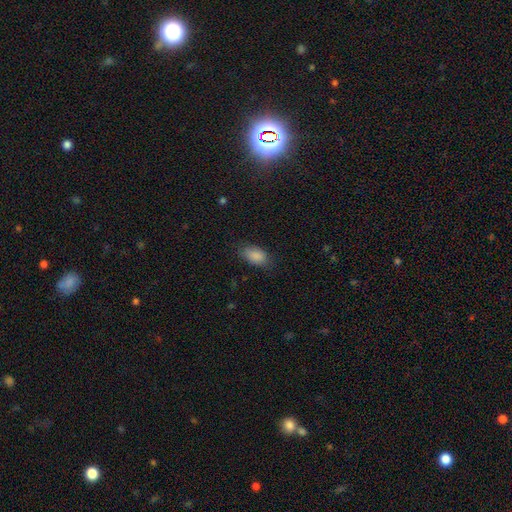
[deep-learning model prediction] smooth 87%, star or artifact 8%, featured or disk 5%. Down the decision tree: how rounded — in between (91%); merging — none (78%).